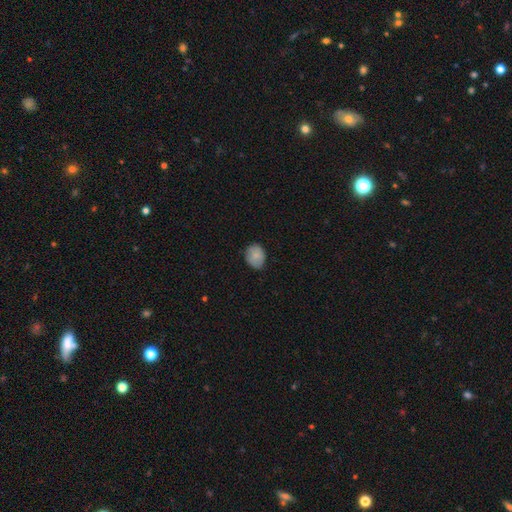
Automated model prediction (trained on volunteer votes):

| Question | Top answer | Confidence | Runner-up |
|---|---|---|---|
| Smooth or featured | smooth | 82% | featured or disk (10%) |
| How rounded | round | 51% | in between (48%) |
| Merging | none | 75% | minor disturbance (21%) |